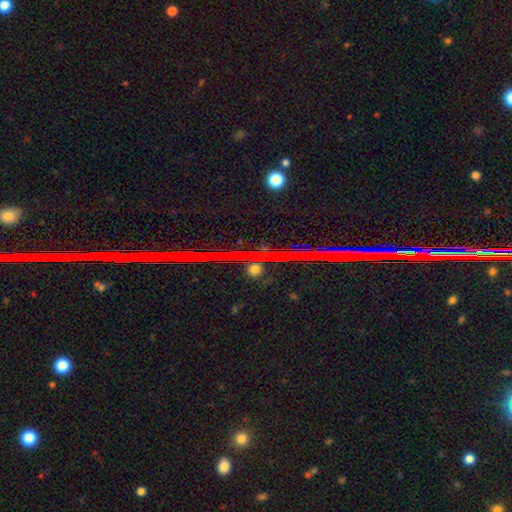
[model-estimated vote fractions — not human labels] Overall: star or artifact (85%).